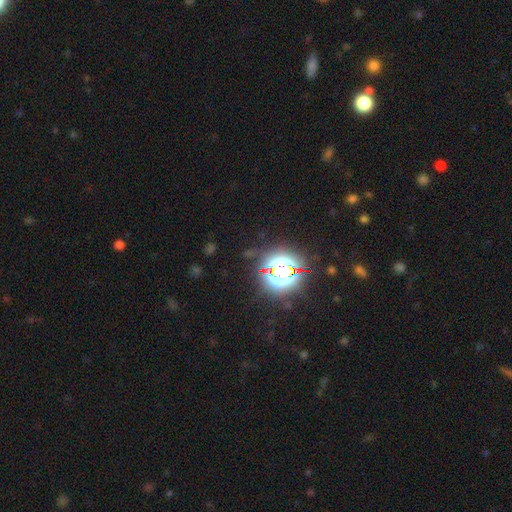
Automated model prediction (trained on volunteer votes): Smooth or featured: star or artifact — 83% (smooth — 11%)